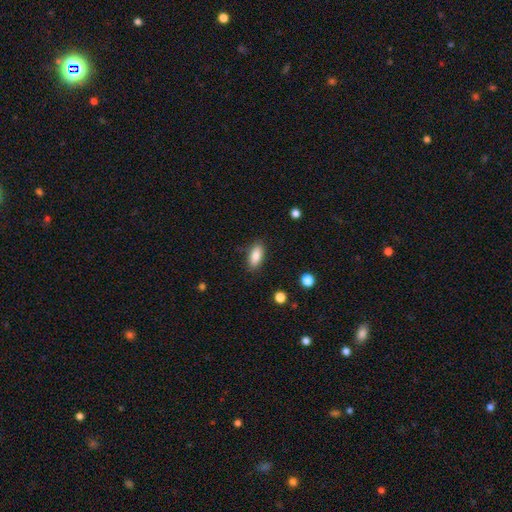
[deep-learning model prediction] Smooth or featured? smooth (86%)
How rounded? in between (84%)
Merging? none (86%)